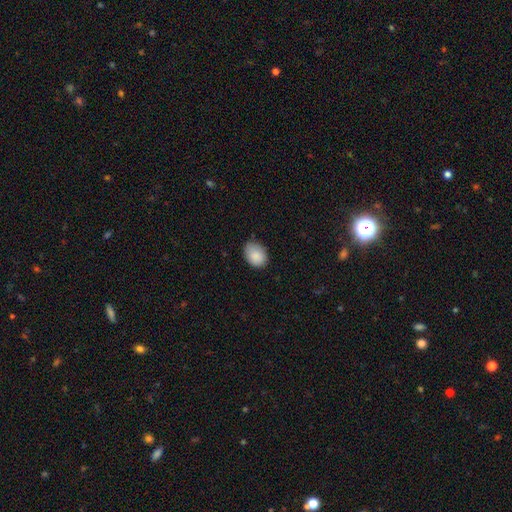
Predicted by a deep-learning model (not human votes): Smooth or featured?
  - smooth: 88% *
  - star or artifact: 7%
  - featured or disk: 5%
How rounded?
  - in between: 70% *
  - round: 30%
  - cigar-shaped: 1%
Merging?
  - none: 73% *
  - minor disturbance: 23%
  - major disturbance: 3%
  - merger: 1%